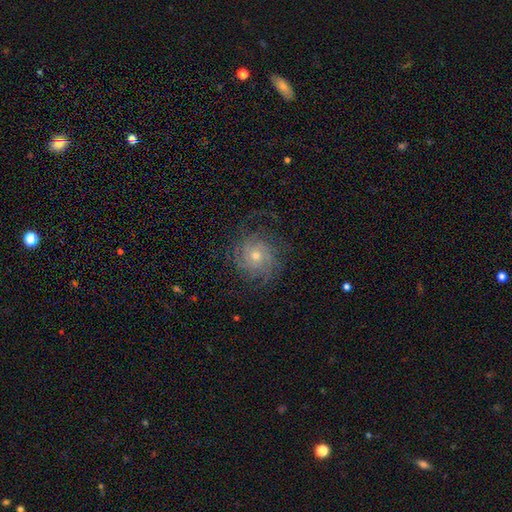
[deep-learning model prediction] This appears to be a featured or disk galaxy (79%) with no bar (79%), tight (64%) spiral arms (96%) and a moderate central bulge (49%). Merging: none (75%).